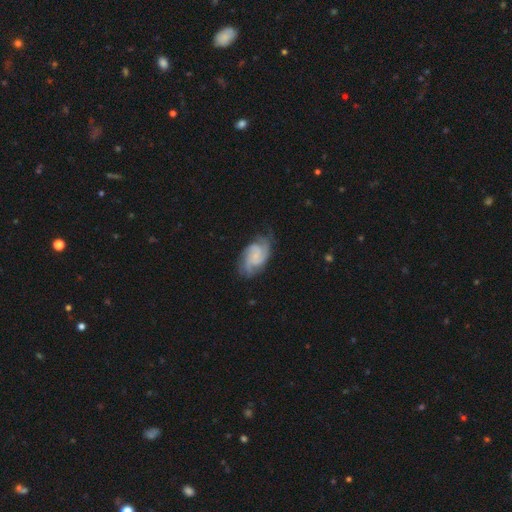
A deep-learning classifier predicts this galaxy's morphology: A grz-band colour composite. It shows a featured or disk galaxy (78%) with no bar (63%), 2 (34%) medium (45%) spiral arms (96%) and a small central bulge (60%). Merging: none (69%).